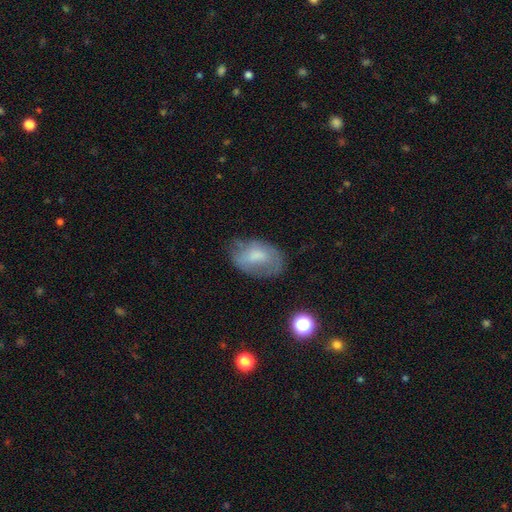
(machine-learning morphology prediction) smooth_or_featured: smooth (p=0.60) [alt: featured or disk p=0.31]
how_rounded: in between (p=0.89) [alt: round p=0.09]
merging: none (p=0.56) [alt: minor disturbance p=0.28]